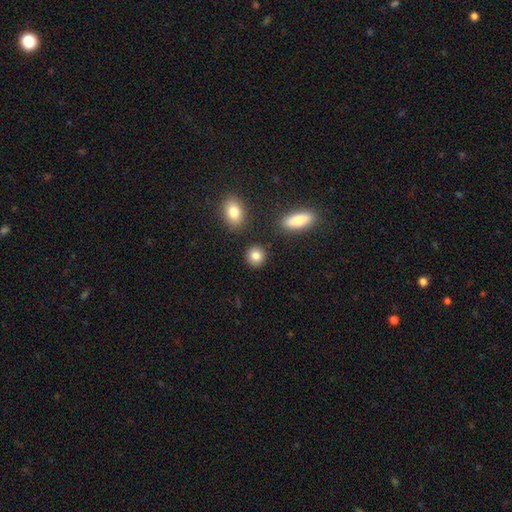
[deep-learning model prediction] smooth_or_featured: smooth (p=0.86) [alt: star or artifact p=0.08]
how_rounded: round (p=0.84) [alt: in between p=0.15]
merging: none (p=0.87) [alt: minor disturbance p=0.07]